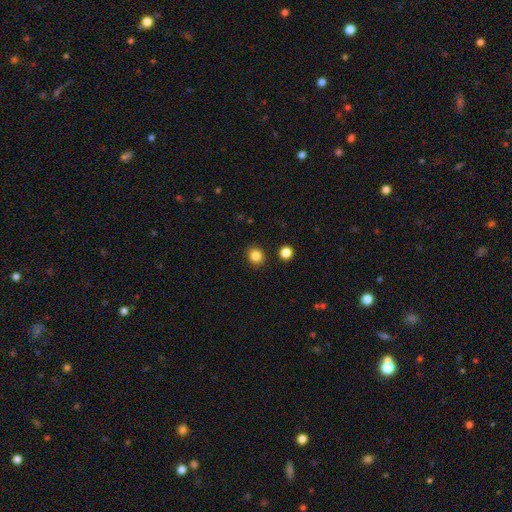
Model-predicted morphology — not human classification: Smooth or featured? smooth (84%)
How rounded? round (83%)
Merging? none (90%)